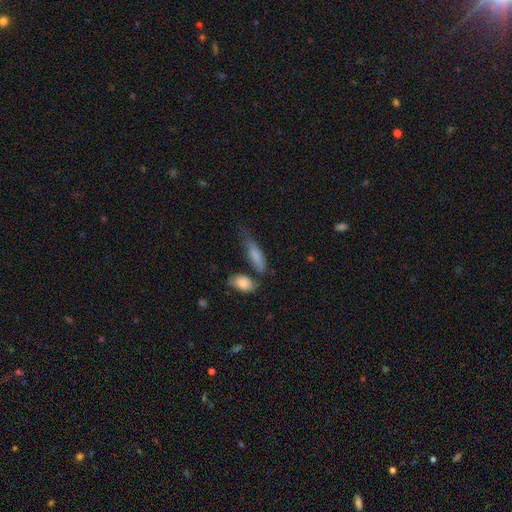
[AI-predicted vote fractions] smooth_or_featured: smooth (p=0.78) [alt: featured or disk p=0.15]
how_rounded: cigar-shaped (p=0.52) [alt: in between p=0.45]
merging: none (p=0.44) [alt: minor disturbance p=0.29]